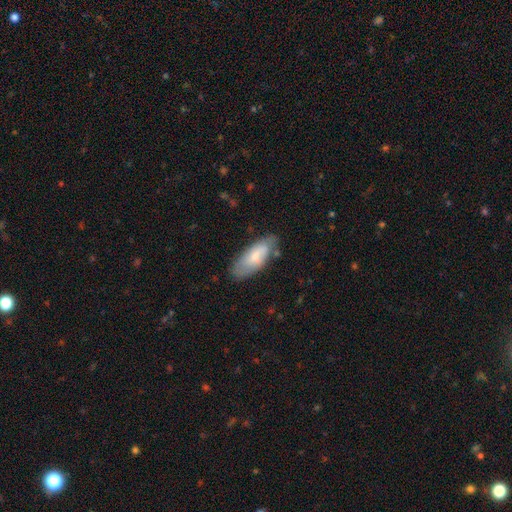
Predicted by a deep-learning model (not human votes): The model was most divided on "merging": none: 70%, minor disturbance: 22%, major disturbance: 5%, merger: 3%. More confident: how rounded — in between (79%); smooth or featured — smooth (71%).